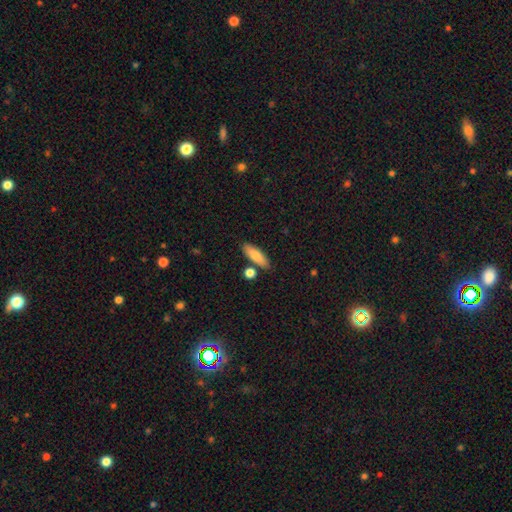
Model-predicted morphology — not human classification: This is likely a smooth galaxy (79%). How rounded: possibly in between (51%). Merging: likely none (80%).